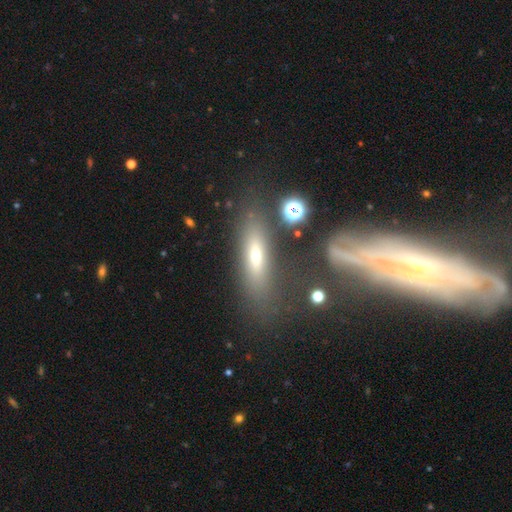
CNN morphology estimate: Overall: featured or disk (45%; smooth 44%). Merging: none (58%; minor disturbance 19%).